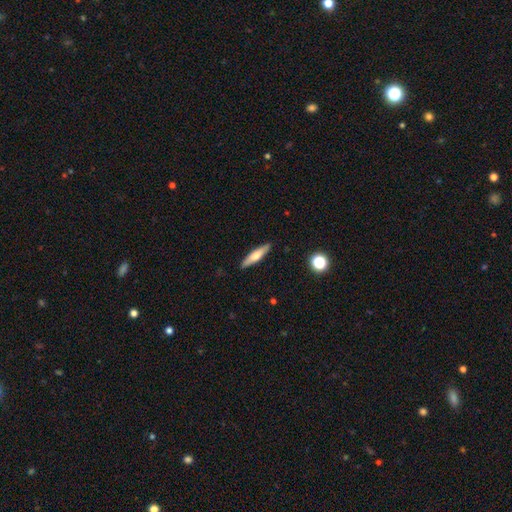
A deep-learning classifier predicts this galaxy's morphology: smooth_or_featured: smooth (p=0.53) [alt: featured or disk p=0.41]
how_rounded: cigar-shaped (p=0.81) [alt: in between p=0.17]
merging: none (p=0.89) [alt: minor disturbance p=0.08]